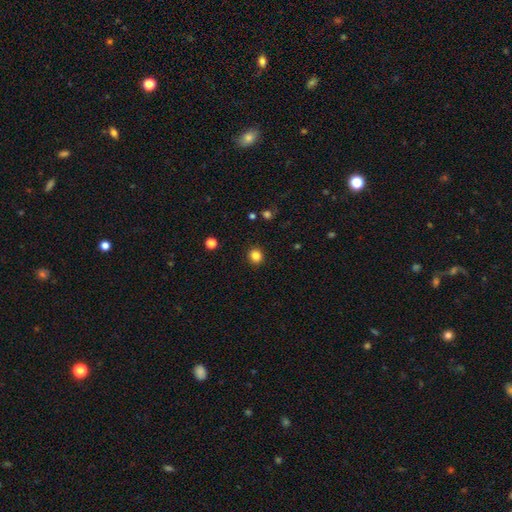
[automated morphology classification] Smooth or featured? Predicted: smooth (p=0.84). How rounded? Predicted: round (p=0.86). Merging? Predicted: none (p=0.91).